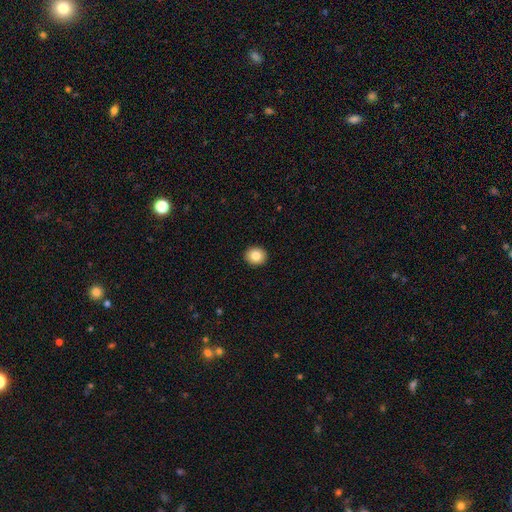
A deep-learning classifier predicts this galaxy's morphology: A smooth galaxy with no disk features (84%) that is round (80%). Merging: none (93%).